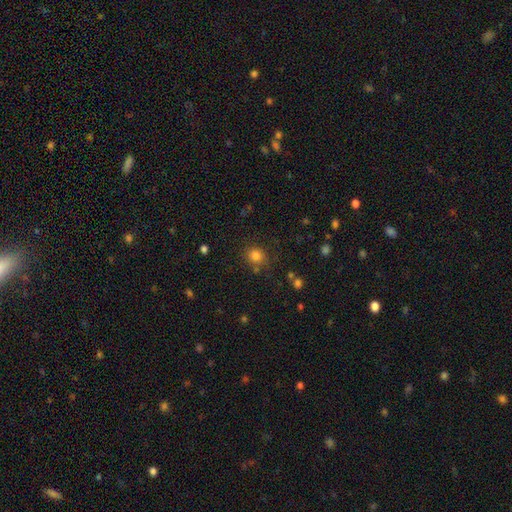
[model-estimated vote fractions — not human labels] The model was most divided on "how rounded": round: 83%, in between: 17%, cigar-shaped: 1%. More confident: smooth or featured — smooth (81%); merging — none (78%).